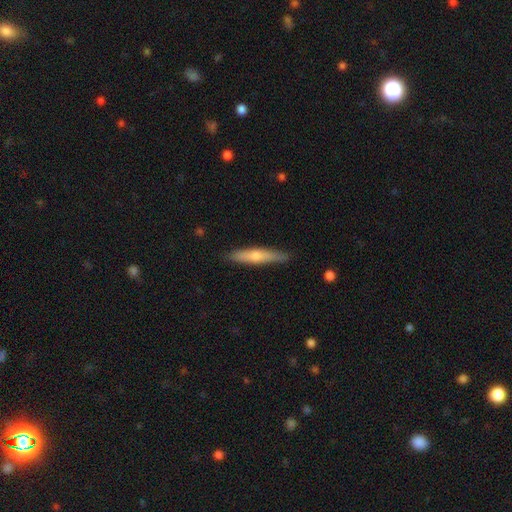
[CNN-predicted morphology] smooth_or_featured: featured or disk (p=0.48) [alt: smooth p=0.46]
merging: none (p=0.89) [alt: minor disturbance p=0.08]